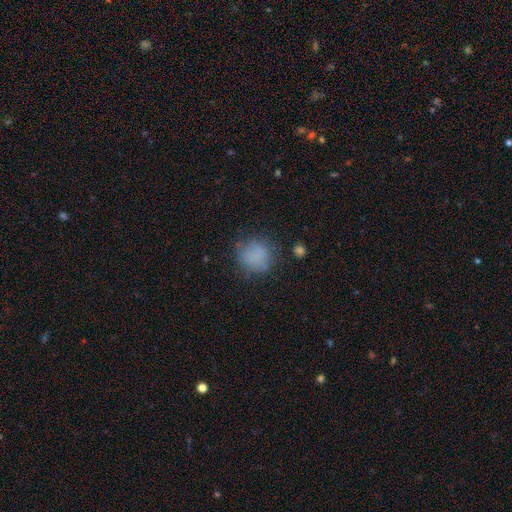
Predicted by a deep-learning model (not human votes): Smooth or featured? Predicted: smooth (p=0.80). How rounded? Predicted: round (p=0.84). Merging? Predicted: none (p=0.71).